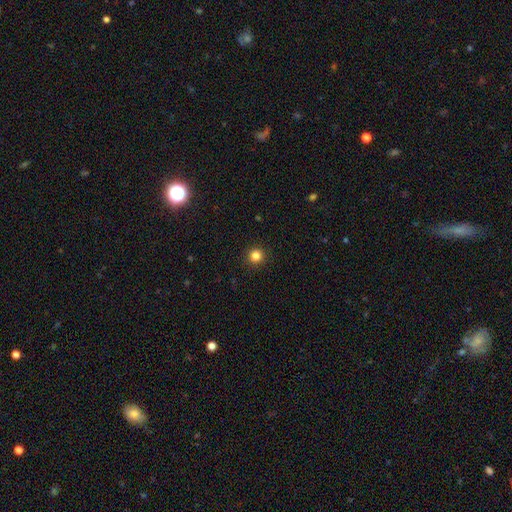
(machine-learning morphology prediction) Overall: smooth (84%). How rounded: round (95%). Merging: none (93%).